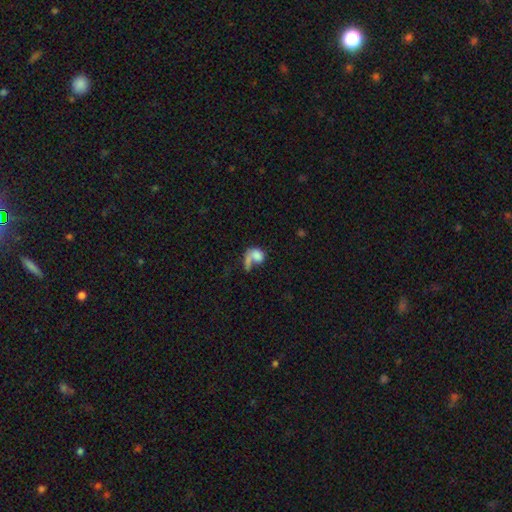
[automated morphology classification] A smooth galaxy with no disk features (63%) that is in between round and cigar-shaped (62%).

Vote fractions:
- Smooth or featured? smooth: 63% / featured or disk: 27% / star or artifact: 10%
- How rounded? in between: 62% / round: 34% / cigar-shaped: 3%
- Merging? merger: 33% / major disturbance: 31% / none: 23% / minor disturbance: 13%